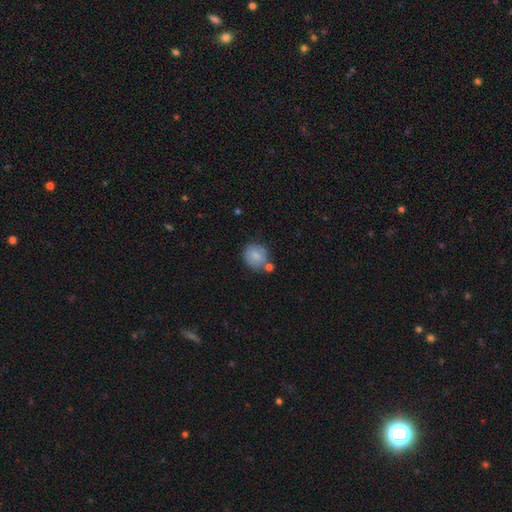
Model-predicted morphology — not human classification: smooth_or_featured: smooth (p=0.82) [alt: featured or disk p=0.10]
how_rounded: round (p=0.81) [alt: in between p=0.18]
merging: none (p=0.64) [alt: merger p=0.16]